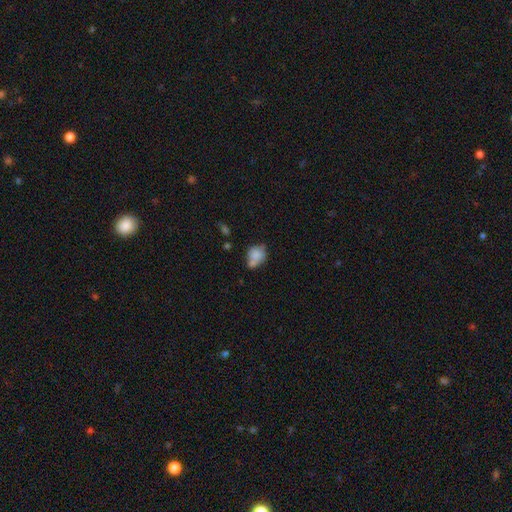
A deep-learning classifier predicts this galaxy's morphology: Smooth or featured?
  - smooth: 74% *
  - featured or disk: 16%
  - star or artifact: 10%
How rounded?
  - round: 52% *
  - in between: 46%
  - cigar-shaped: 2%
Merging?
  - none: 37% *
  - merger: 30%
  - minor disturbance: 23%
  - major disturbance: 10%